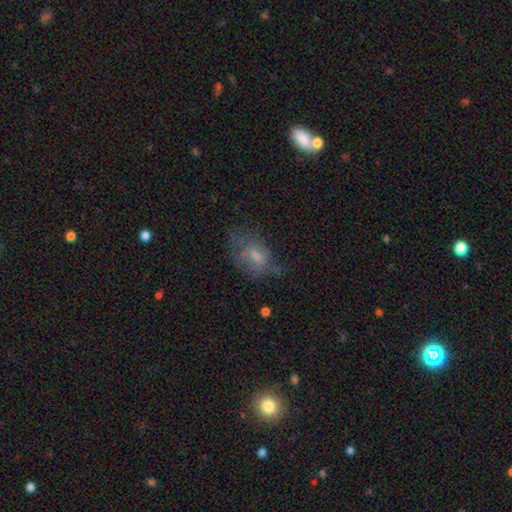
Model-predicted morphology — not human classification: A smooth galaxy with no disk features (46%). Merging: none (44%).